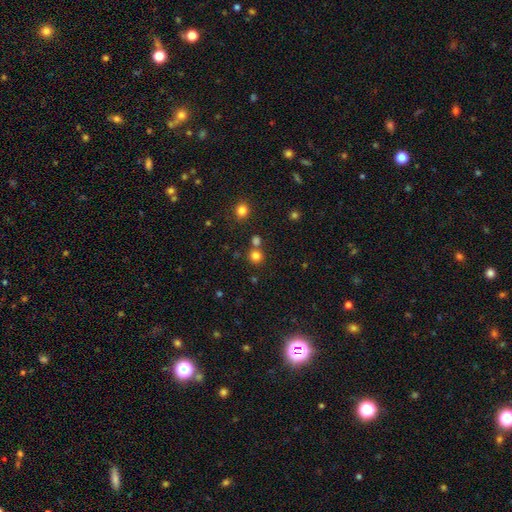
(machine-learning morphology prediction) This appears to be a smooth galaxy with no disk features (79%) that is round (92%). Merging: none (74%).